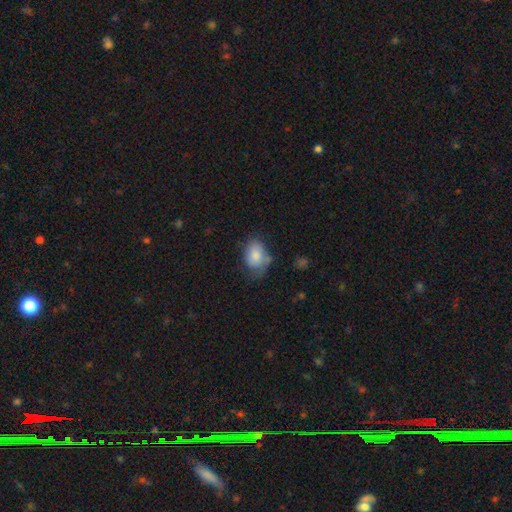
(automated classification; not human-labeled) Smooth or featured? Predicted: smooth (p=0.78). How rounded? Predicted: in between (p=0.76). Merging? Predicted: none (p=0.49).